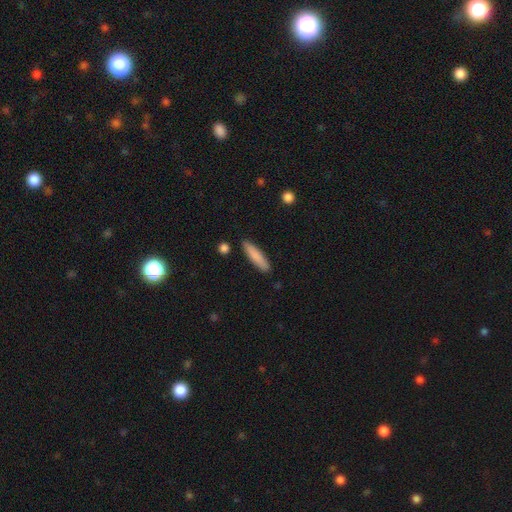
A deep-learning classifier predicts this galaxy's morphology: smooth_or_featured: smooth (p=0.83) [alt: featured or disk p=0.11]
how_rounded: cigar-shaped (p=0.82) [alt: in between p=0.17]
merging: none (p=0.87) [alt: minor disturbance p=0.09]